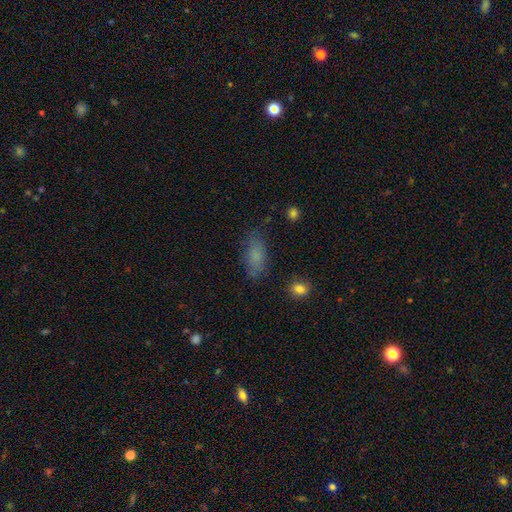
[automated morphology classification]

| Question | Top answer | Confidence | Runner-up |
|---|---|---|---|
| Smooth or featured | smooth | 77% | featured or disk (12%) |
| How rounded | in between | 83% | cigar-shaped (12%) |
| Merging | none | 73% | minor disturbance (18%) |